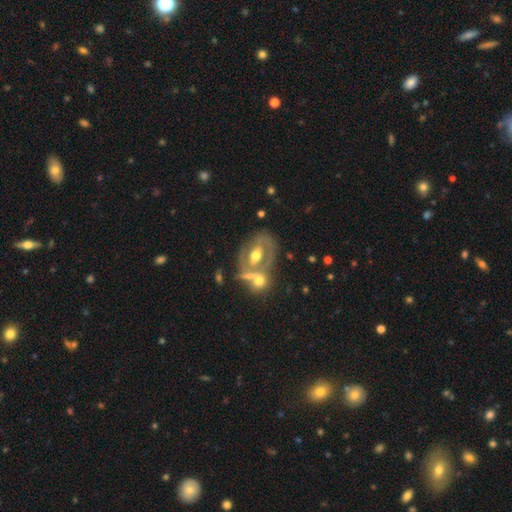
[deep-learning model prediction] A featured or disk galaxy (69%) with no bar (43%), no spiral arms (55%) and a moderate central bulge (75%).

Vote fractions:
- Smooth or featured? featured or disk: 69% / smooth: 23% / star or artifact: 8%
- Edge-on disk? no: 94% / yes: 6%
- Bar? no: 43% / weak: 33% / strong: 24%
- Spiral arms? no: 55% / yes: 45%
- Bulge size? moderate: 75% / small: 12% / large: 11% / none: 2% / dominant: 1%
- Merging? none: 45% / merger: 30% / minor disturbance: 16% / major disturbance: 10%